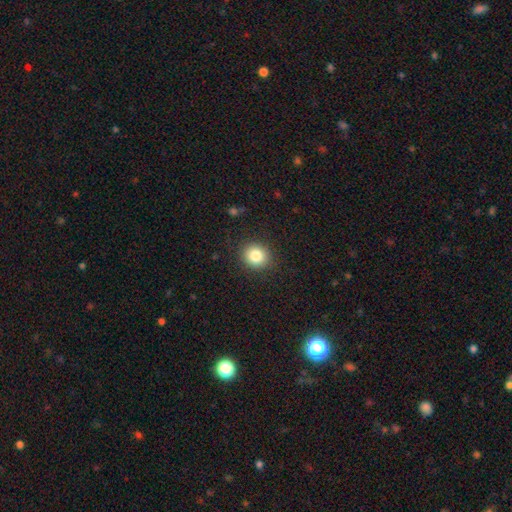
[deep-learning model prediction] smooth-or-featured: smooth: 83% | star or artifact: 10% | featured or disk: 6%
  how-rounded: round: 82% | in between: 17% | cigar-shaped: 1%
  merging: none: 89% | minor disturbance: 7% | major disturbance: 2% | merger: 1%